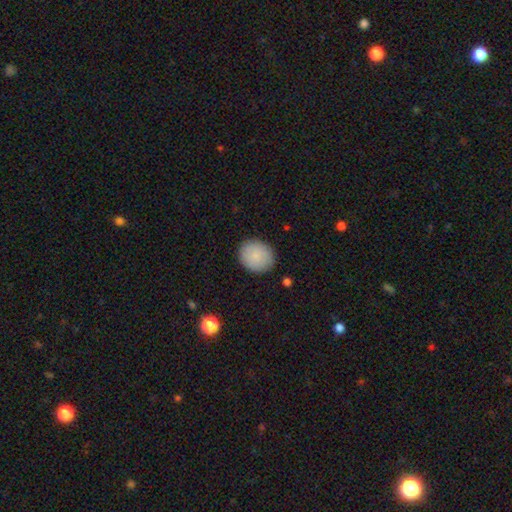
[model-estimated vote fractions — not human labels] This is clearly a smooth galaxy (85%). How rounded: likely round (73%). Merging: clearly none (88%).